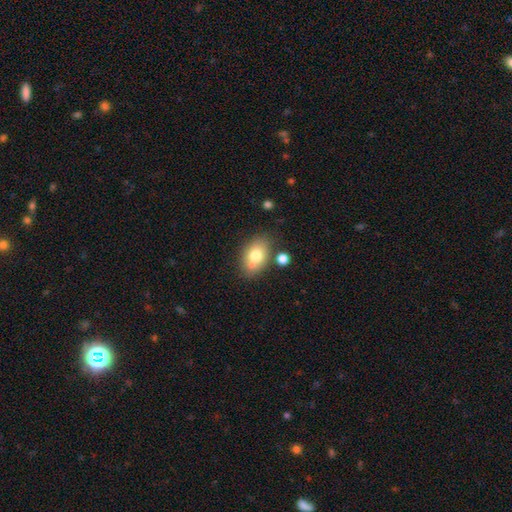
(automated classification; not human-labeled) Q: Smooth or featured?
A: smooth (73%); runner-up: featured or disk (18%)
Q: How rounded?
A: in between (81%); runner-up: round (17%)
Q: Merging?
A: none (63%); runner-up: merger (16%)